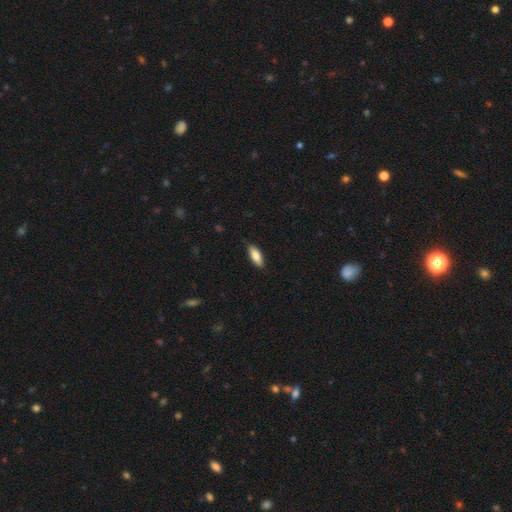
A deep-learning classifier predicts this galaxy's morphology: The model was most divided on "how rounded": in between: 76%, cigar-shaped: 22%, round: 2%. More confident: merging — none (85%); smooth or featured — smooth (81%).